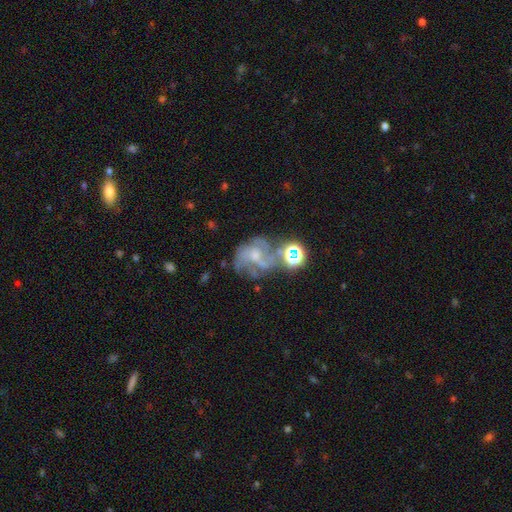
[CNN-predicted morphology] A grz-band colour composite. It shows a featured or disk galaxy (61%) with no bar (50%), spiral arms (83%) and a small central bulge (58%). Merging: none (49%).